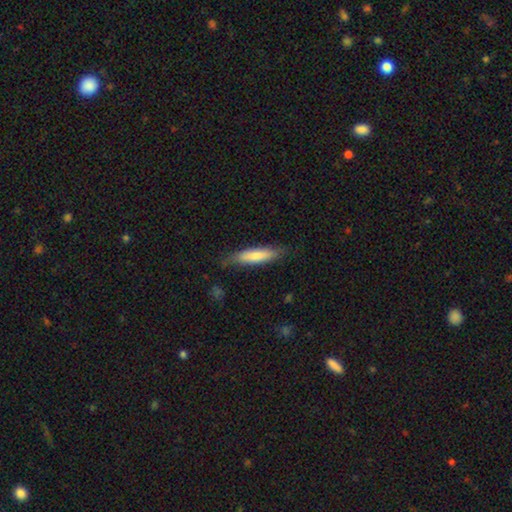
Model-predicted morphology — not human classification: This appears to be a smooth galaxy with no disk features (78%) that is cigar-shaped (76%). Merging: none (78%).